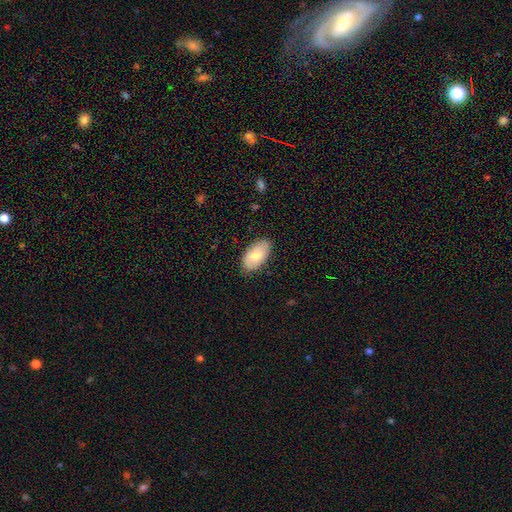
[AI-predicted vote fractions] Morphology: type=smooth (70%); roundness=in between (94%); merging=none (82%).